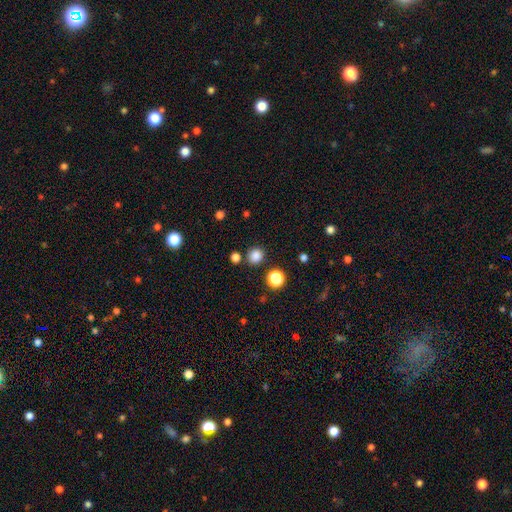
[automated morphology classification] Smooth or featured? Predicted: smooth (p=0.83). How rounded? Predicted: round (p=0.84). Merging? Predicted: none (p=0.84).